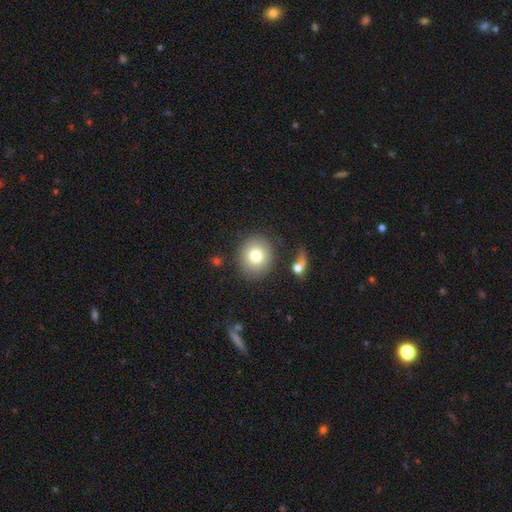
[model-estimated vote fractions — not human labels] smooth-or-featured: smooth: 78% | featured or disk: 12% | star or artifact: 10%
  how-rounded: round: 82% | in between: 17% | cigar-shaped: 1%
  merging: none: 82% | minor disturbance: 10% | merger: 5% | major disturbance: 3%